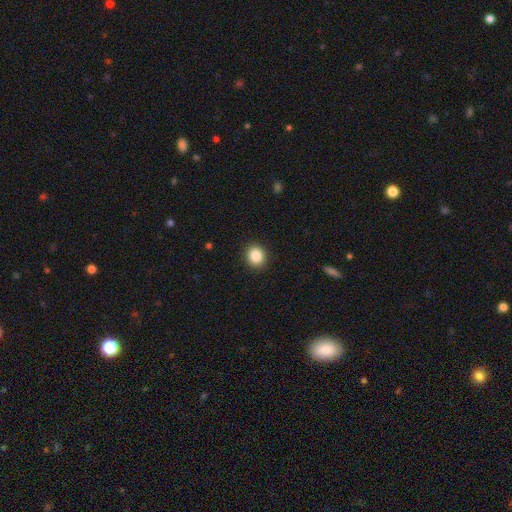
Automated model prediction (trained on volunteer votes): A smooth galaxy with no disk features (88%) that is round (80%).

Vote fractions:
- Smooth or featured? smooth: 88% / star or artifact: 9% / featured or disk: 3%
- How rounded? round: 80% / in between: 20% / cigar-shaped: 1%
- Merging? none: 90% / minor disturbance: 6% / major disturbance: 2% / merger: 1%